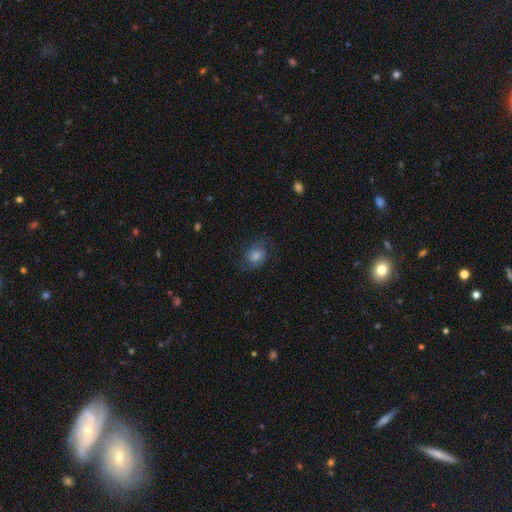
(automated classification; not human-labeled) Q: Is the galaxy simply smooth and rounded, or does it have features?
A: smooth — 49%.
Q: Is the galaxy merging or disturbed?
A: none — 71%.